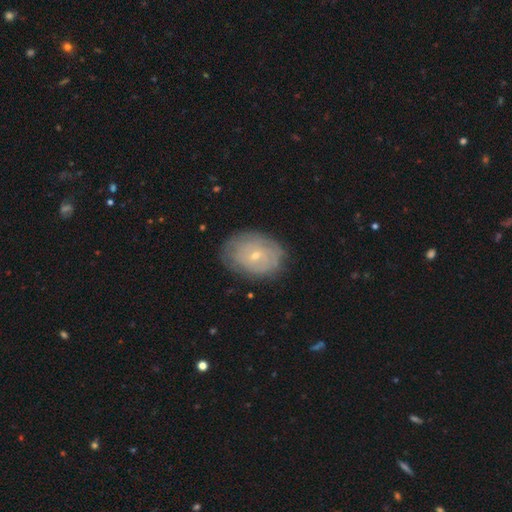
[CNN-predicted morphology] A featured or disk galaxy (58%) with no bar (74%), spiral arms (67%) and a small central bulge (74%).

Vote fractions:
- Smooth or featured? featured or disk: 58% / smooth: 34% / star or artifact: 8%
- Edge-on disk? no: 95% / yes: 5%
- Bar? no: 74% / weak: 22% / strong: 4%
- Spiral arms? yes: 67% / no: 33%
- Bulge size? small: 74% / moderate: 23% / none: 1% / large: 1% / dominant: 1%
- Merging? none: 78% / minor disturbance: 16% / major disturbance: 5% / merger: 1%